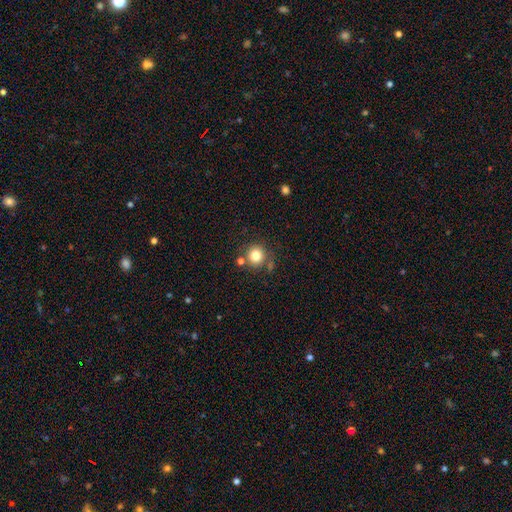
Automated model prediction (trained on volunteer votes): Smooth or featured?
  - smooth: 81% *
  - star or artifact: 11%
  - featured or disk: 7%
How rounded?
  - round: 93% *
  - in between: 6%
  - cigar-shaped: 1%
Merging?
  - none: 75% *
  - merger: 11%
  - minor disturbance: 10%
  - major disturbance: 4%